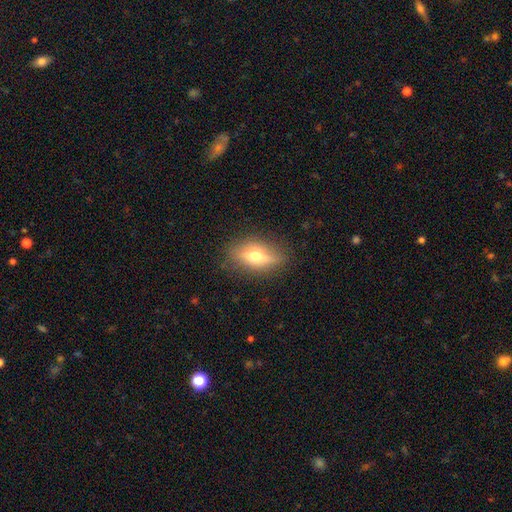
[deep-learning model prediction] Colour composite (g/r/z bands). It shows a smooth galaxy with no disk features (52%) that is in between round and cigar-shaped (77%). Merging: none (79%).